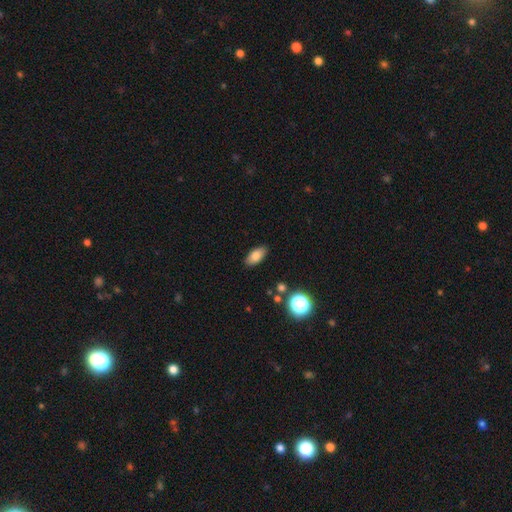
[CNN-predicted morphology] Overall: smooth (78%). How rounded: in between (88%). Merging: none (87%).